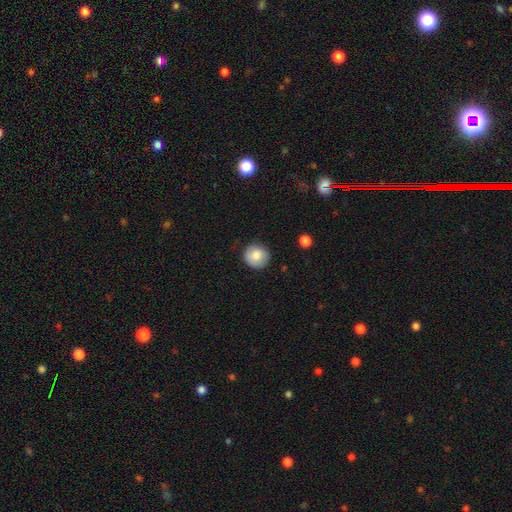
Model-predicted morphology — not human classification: smooth_or_featured: smooth (p=0.82) [alt: featured or disk p=0.11]
how_rounded: round (p=0.92) [alt: in between p=0.07]
merging: none (p=0.83) [alt: minor disturbance p=0.13]